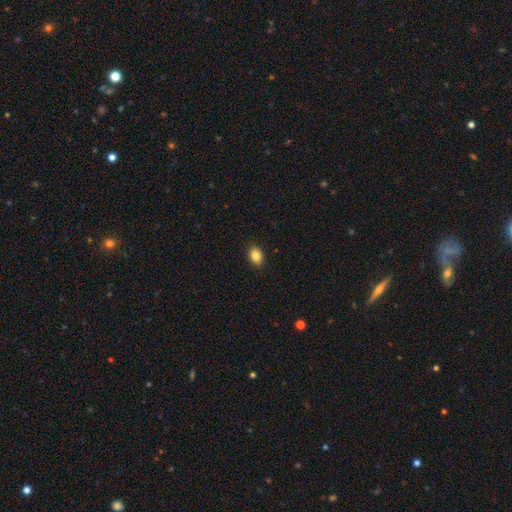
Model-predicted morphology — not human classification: A smooth galaxy with no disk features (86%) that is in between round and cigar-shaped (81%).

Vote fractions:
- Smooth or featured? smooth: 86% / star or artifact: 9% / featured or disk: 5%
- How rounded? in between: 81% / round: 17% / cigar-shaped: 1%
- Merging? none: 90% / minor disturbance: 7% / major disturbance: 2% / merger: 1%